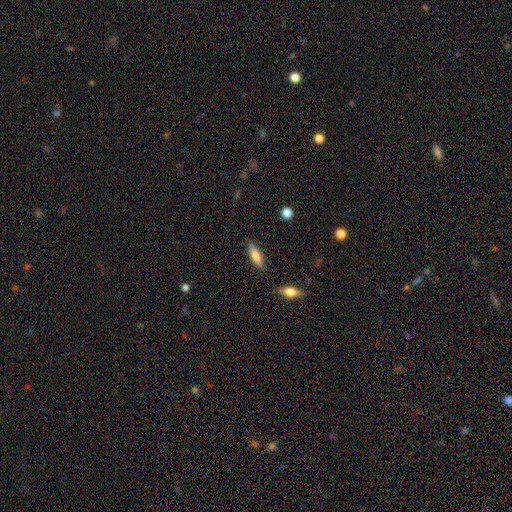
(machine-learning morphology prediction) Smooth or featured? Predicted: smooth (p=0.69). How rounded? Predicted: cigar-shaped (p=0.61). Merging? Predicted: none (p=0.83).